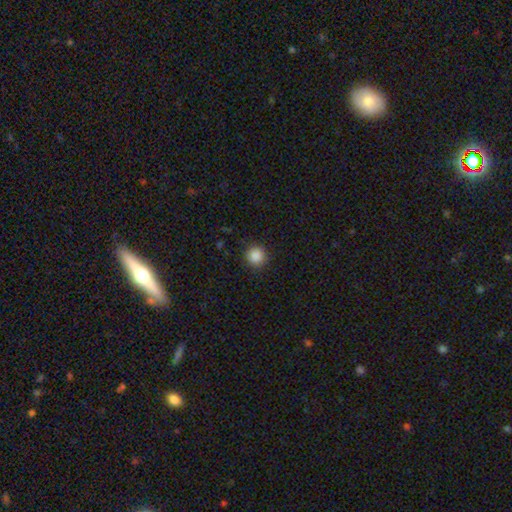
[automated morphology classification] This appears to be a smooth galaxy with no disk features (87%) that is round (94%). Merging: none (91%).